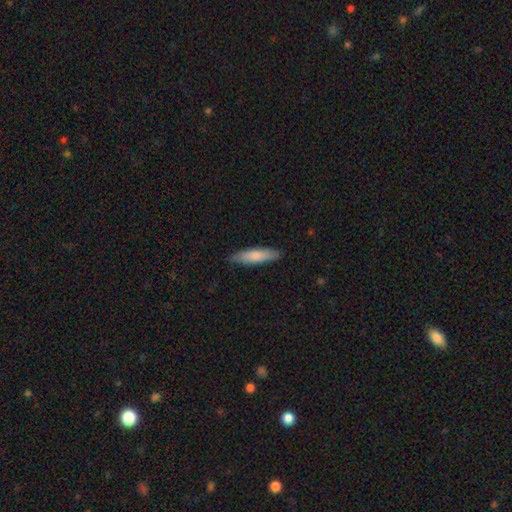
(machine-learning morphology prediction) Q: Smooth or featured?
A: smooth (79%); runner-up: featured or disk (16%)
Q: How rounded?
A: cigar-shaped (69%); runner-up: in between (30%)
Q: Merging?
A: none (85%); runner-up: minor disturbance (12%)